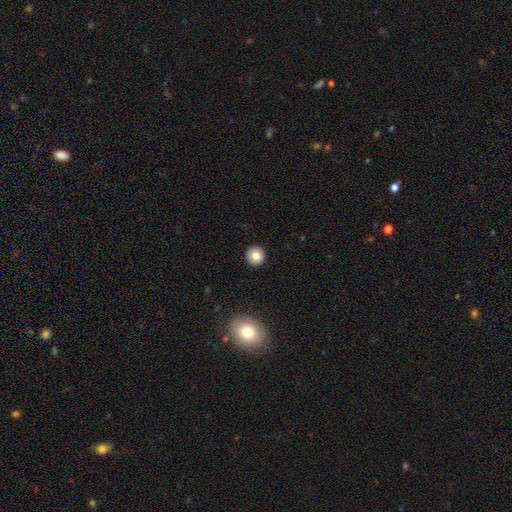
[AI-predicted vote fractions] smooth-or-featured: smooth: 84% | star or artifact: 10% | featured or disk: 7%
  how-rounded: round: 94% | in between: 5% | cigar-shaped: 1%
  merging: none: 93% | minor disturbance: 5% | major disturbance: 2% | merger: 1%